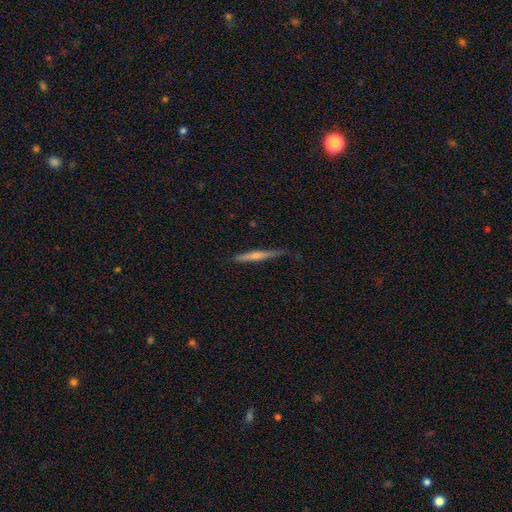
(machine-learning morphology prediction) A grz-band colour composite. It shows a featured or disk galaxy (48%). Merging: none (80%).